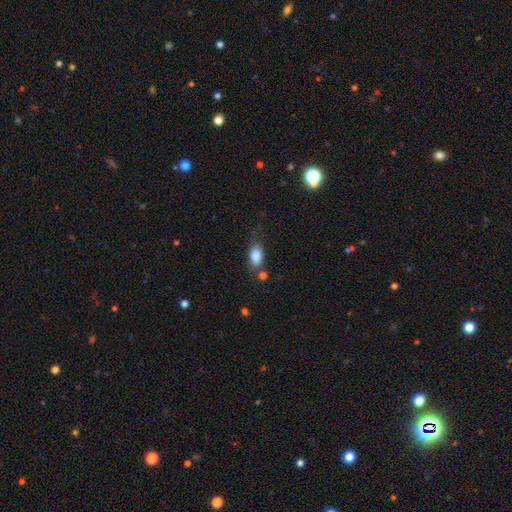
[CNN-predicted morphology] smooth 83%, featured or disk 9%, star or artifact 8%. Down the decision tree: how rounded — in between (86%); merging — none (66%).